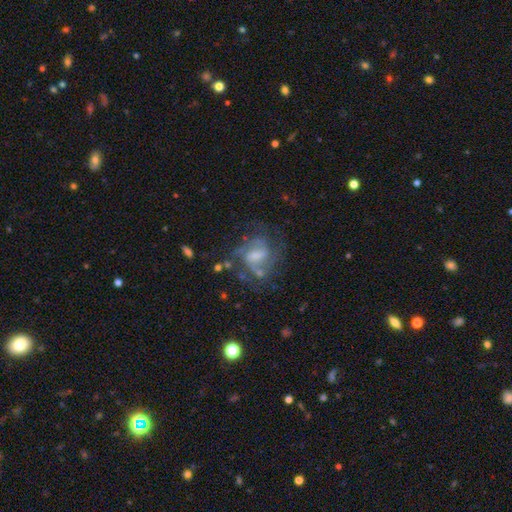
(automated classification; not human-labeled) Smooth or featured?
  - featured or disk: 73% *
  - smooth: 16%
  - star or artifact: 11%
Edge-on disk?
  - no: 97% *
  - yes: 3%
Bar?
  - weak: 51% *
  - no: 31%
  - strong: 18%
Spiral arms?
  - yes: 82% *
  - no: 18%
Spiral winding?
  - medium: 46% *
  - tight: 34%
  - loose: 20%
Spiral arm count?
  - can't tell: 36% *
  - 2: 32%
  - 3: 17%
  - 4: 6%
  - 1: 5%
  - more than 4: 4%
Bulge size?
  - moderate: 35% * (tied)
  - small: 35% * (tied)
  - none: 22%
  - large: 7%
  - dominant: 1%
Merging?
  - none: 55% *
  - major disturbance: 20%
  - minor disturbance: 19%
  - merger: 5%